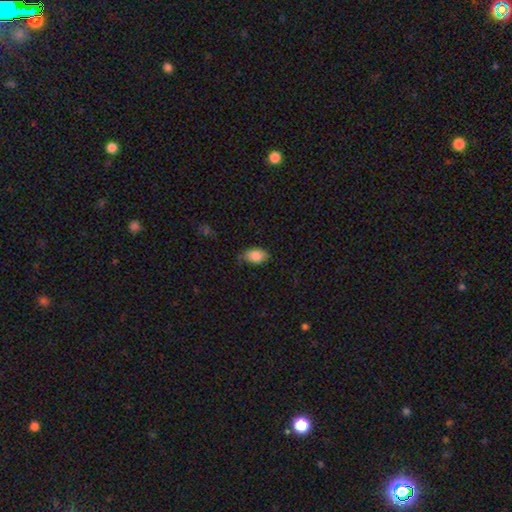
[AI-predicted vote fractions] This appears to be a smooth galaxy with no disk features (84%) that is in between round and cigar-shaped (90%). Merging: none (65%).